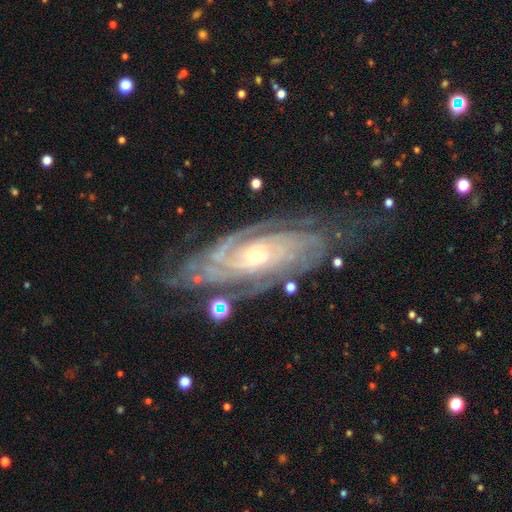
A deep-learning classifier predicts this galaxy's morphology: Q: Smooth or featured?
A: featured or disk (89%); runner-up: star or artifact (6%)
Q: Edge-on disk?
A: no (92%); runner-up: yes (8%)
Q: Bar?
A: no (69%); runner-up: weak (22%)
Q: Spiral arms?
A: yes (98%); runner-up: no (2%)
Q: Spiral winding?
A: tight (77%); runner-up: medium (20%)
Q: Spiral arm count?
A: can't tell (28%); runner-up: 2 (22%)
Q: Bulge size?
A: small (58%); runner-up: moderate (38%)
Q: Merging?
A: none (68%); runner-up: minor disturbance (21%)